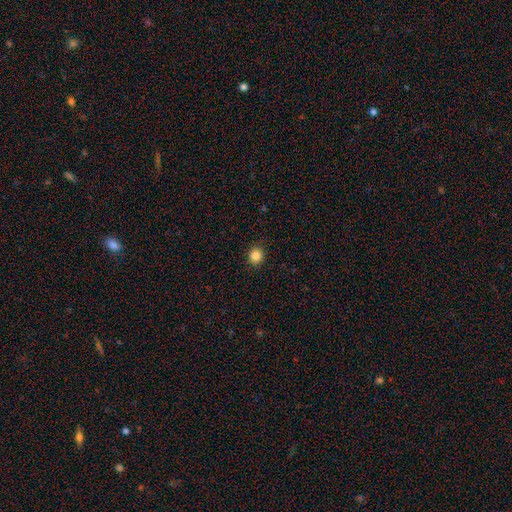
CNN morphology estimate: Q: Smooth or featured?
A: smooth (85%); runner-up: star or artifact (11%)
Q: How rounded?
A: round (87%); runner-up: in between (12%)
Q: Merging?
A: none (91%); runner-up: minor disturbance (6%)